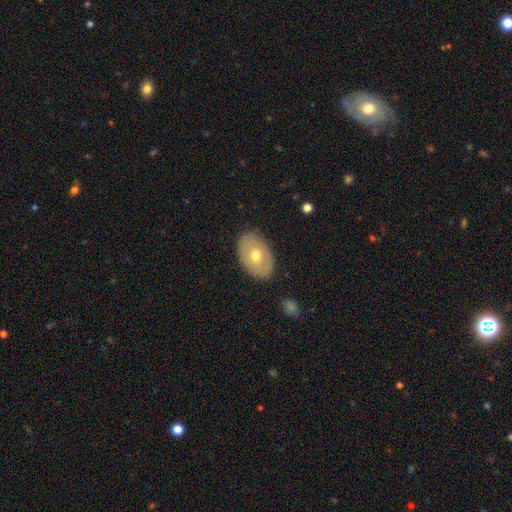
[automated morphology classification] A smooth galaxy with no disk features (52%) that is in between round and cigar-shaped (86%). Merging: none (85%).